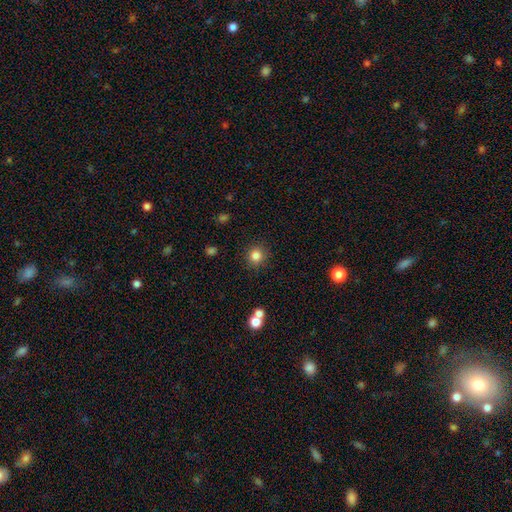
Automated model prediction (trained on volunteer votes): The model was most divided on "smooth or featured": smooth: 83%, star or artifact: 12%, featured or disk: 6%. More confident: how rounded — round (90%); merging — none (87%).